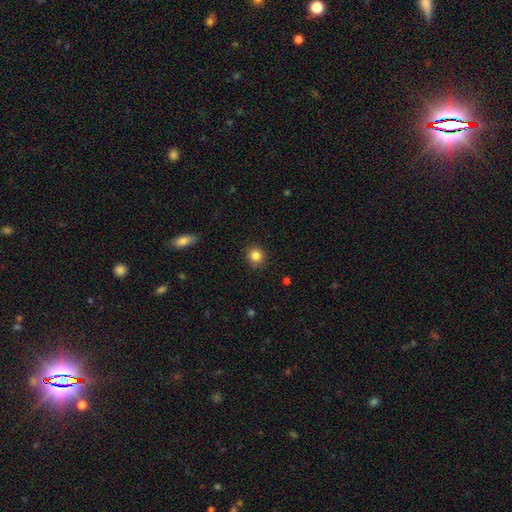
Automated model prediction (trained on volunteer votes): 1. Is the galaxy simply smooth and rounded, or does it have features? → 84% smooth, 11% star or artifact, 5% featured or disk.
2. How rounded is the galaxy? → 91% round, 9% in between, 1% cigar-shaped.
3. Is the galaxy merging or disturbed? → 90% none, 7% minor disturbance, 2% major disturbance, 1% merger.